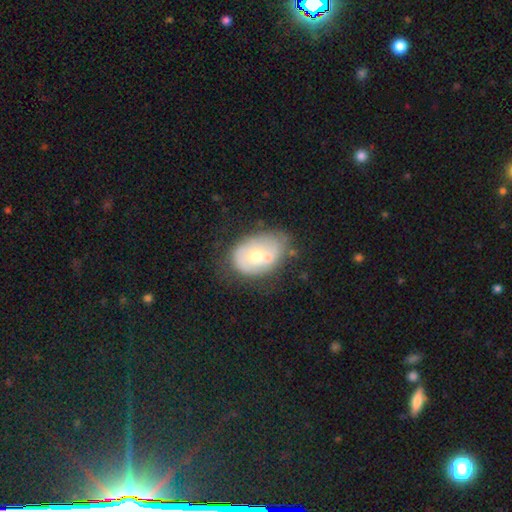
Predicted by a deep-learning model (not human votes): This appears to be a smooth galaxy with no disk features (48%). Merging: none (37%).